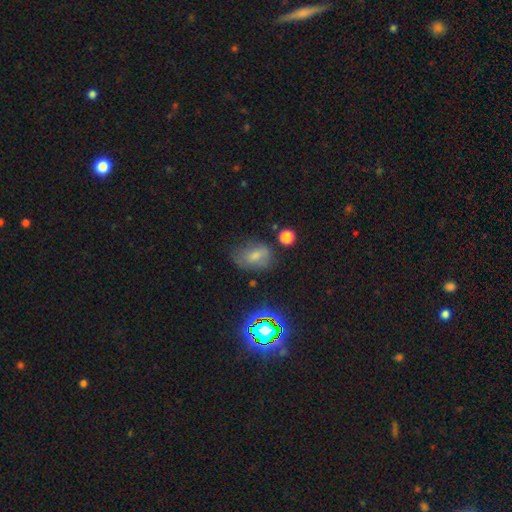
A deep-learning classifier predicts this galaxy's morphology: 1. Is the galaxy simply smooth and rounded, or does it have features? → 60% smooth, 23% featured or disk, 18% star or artifact.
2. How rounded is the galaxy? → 79% in between, 18% round, 2% cigar-shaped.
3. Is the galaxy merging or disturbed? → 48% none, 31% minor disturbance, 17% major disturbance, 4% merger.